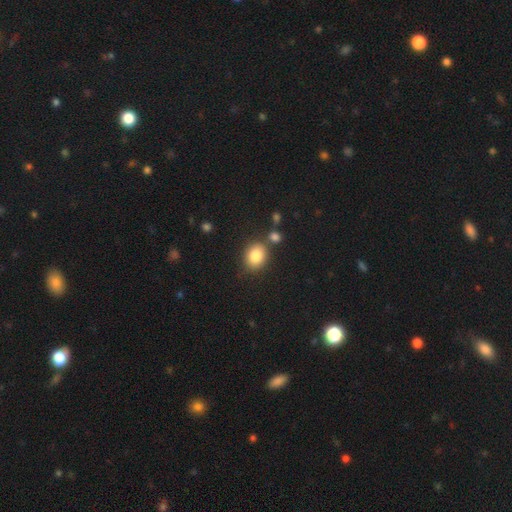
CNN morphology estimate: Smooth or featured? smooth (84%)
How rounded? round (50%)
Merging? none (74%)